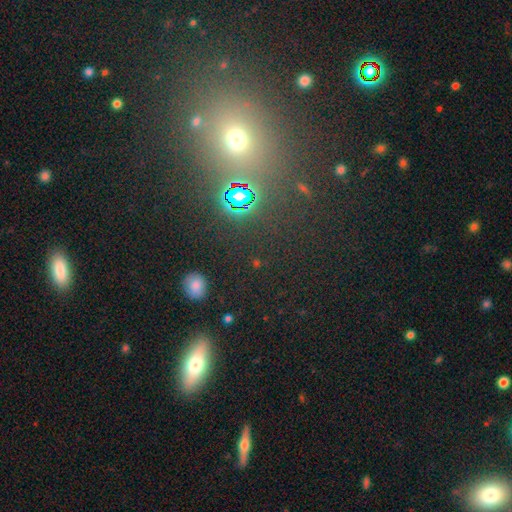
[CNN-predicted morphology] This is marginally a star or artifact rather than a galaxy (45%).